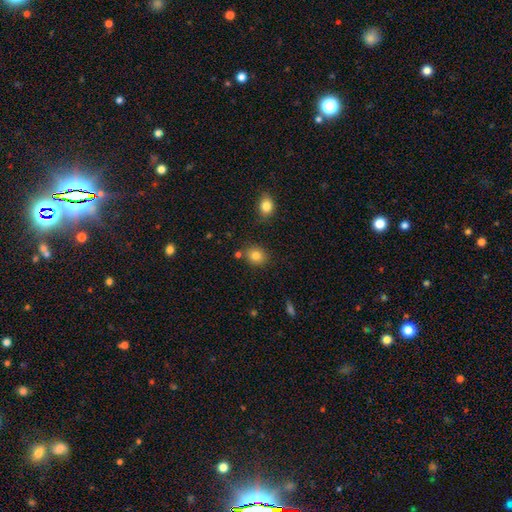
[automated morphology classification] smooth_or_featured: smooth (p=0.82) [alt: star or artifact p=0.11]
how_rounded: round (p=0.64) [alt: in between p=0.35]
merging: none (p=0.82) [alt: minor disturbance p=0.10]